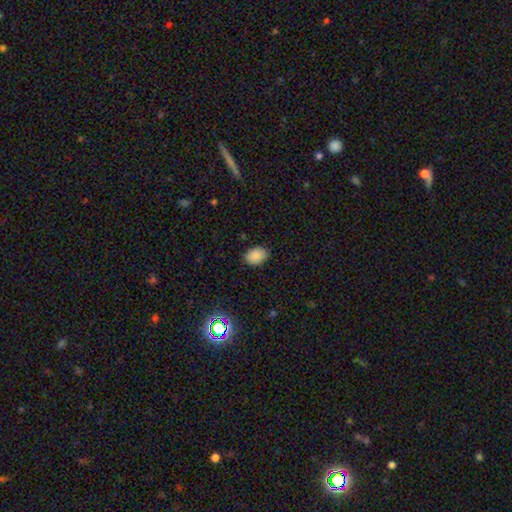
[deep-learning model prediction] This is clearly a smooth galaxy (87%). How rounded: likely in between (77%). Merging: clearly none (87%).